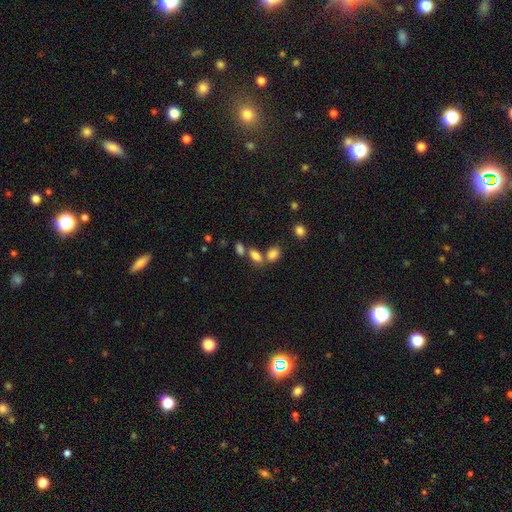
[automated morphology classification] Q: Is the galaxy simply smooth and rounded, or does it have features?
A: smooth — 80%.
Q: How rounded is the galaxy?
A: in between — 85%.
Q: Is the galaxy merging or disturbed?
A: none — 48%.